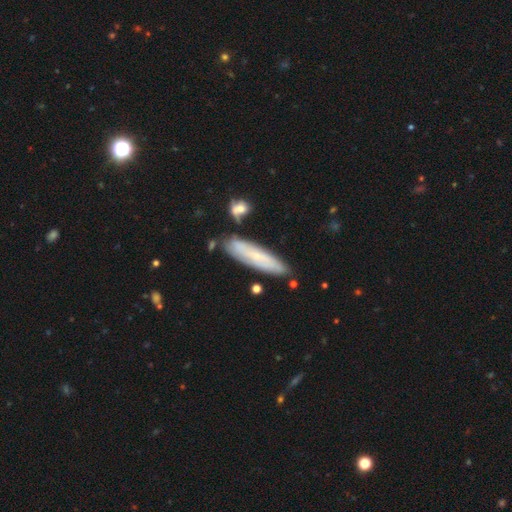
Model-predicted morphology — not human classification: type=smooth (57%); roundness=cigar-shaped (78%); merging=none (80%).